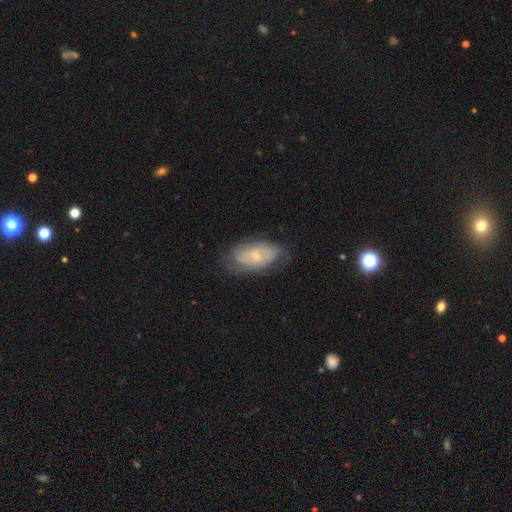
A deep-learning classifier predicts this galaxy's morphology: A featured or disk galaxy (61%) with no bar (60%), spiral arms (77%) and a small central bulge (70%).

Vote fractions:
- Smooth or featured? featured or disk: 61% / smooth: 32% / star or artifact: 7%
- Edge-on disk? no: 94% / yes: 6%
- Bar? no: 60% / weak: 33% / strong: 7%
- Spiral arms? yes: 77% / no: 23%
- Bulge size? small: 70% / moderate: 25% / none: 3% / large: 1% / dominant: 1%
- Merging? none: 66% / minor disturbance: 24% / major disturbance: 9% / merger: 1%